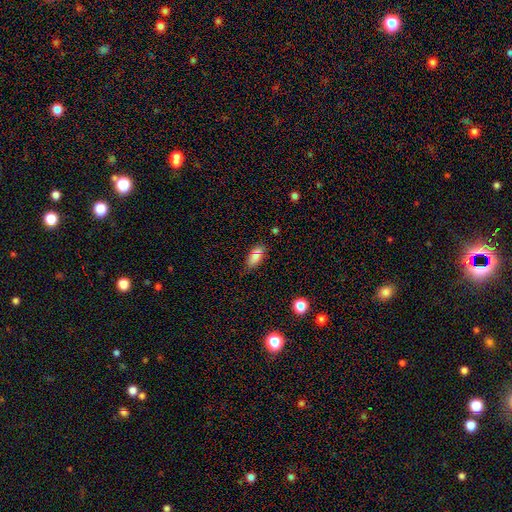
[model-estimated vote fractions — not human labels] Overall: smooth (78%). How rounded: in between (87%). Merging: none (73%).